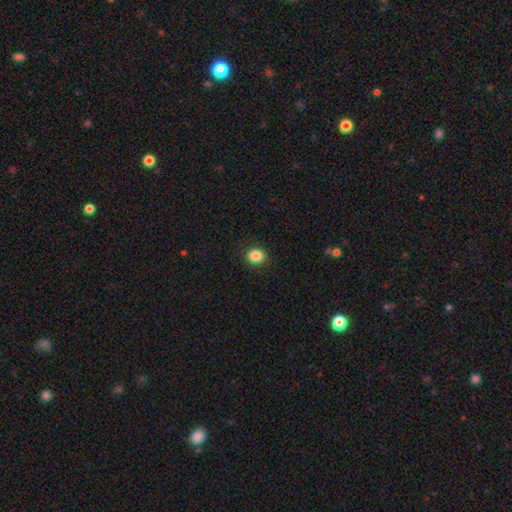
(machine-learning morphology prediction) Overall: smooth (86%). How rounded: round (73%). Merging: none (89%).